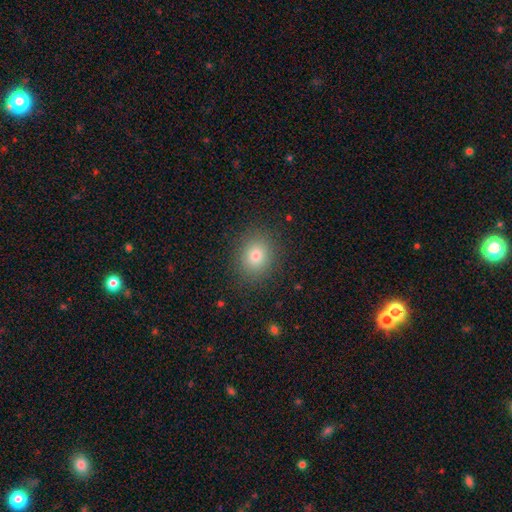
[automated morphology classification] Smooth or featured?
  - smooth: 79% *
  - star or artifact: 12%
  - featured or disk: 8%
How rounded?
  - round: 67% *
  - in between: 32%
  - cigar-shaped: 1%
Merging?
  - none: 88% *
  - minor disturbance: 8%
  - major disturbance: 3%
  - merger: 1%